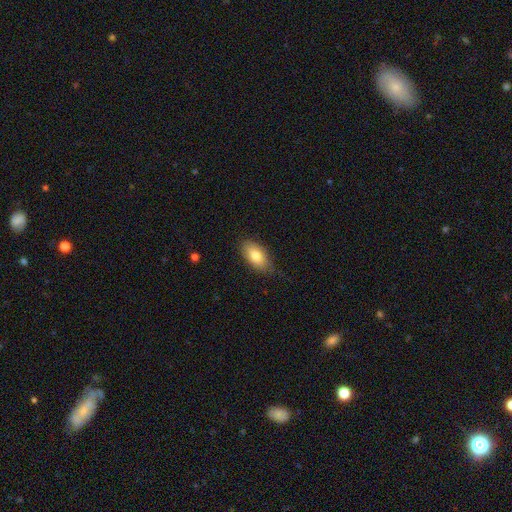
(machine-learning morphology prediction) Overall: smooth (80%). How rounded: in between (91%). Merging: none (79%).